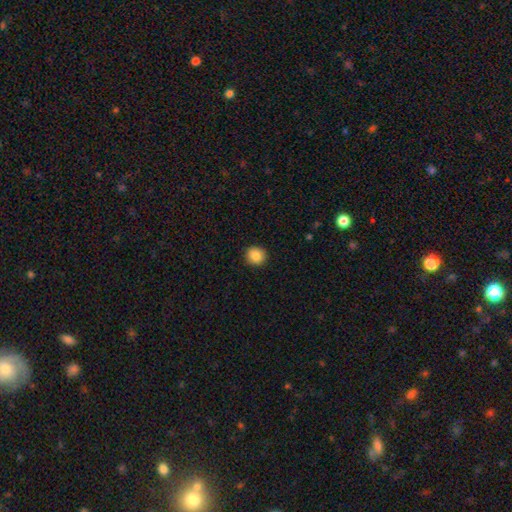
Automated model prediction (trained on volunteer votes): Smooth or featured? smooth (88%)
How rounded? round (90%)
Merging? none (91%)